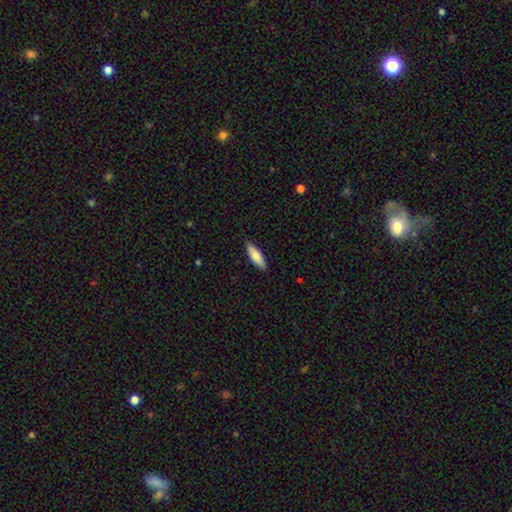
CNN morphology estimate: A smooth galaxy with no disk features (77%) that is cigar-shaped (52%).

Vote fractions:
- Smooth or featured? smooth: 77% / featured or disk: 17% / star or artifact: 6%
- How rounded? cigar-shaped: 52% / in between: 46% / round: 2%
- Merging? none: 88% / minor disturbance: 9% / major disturbance: 2% / merger: 1%